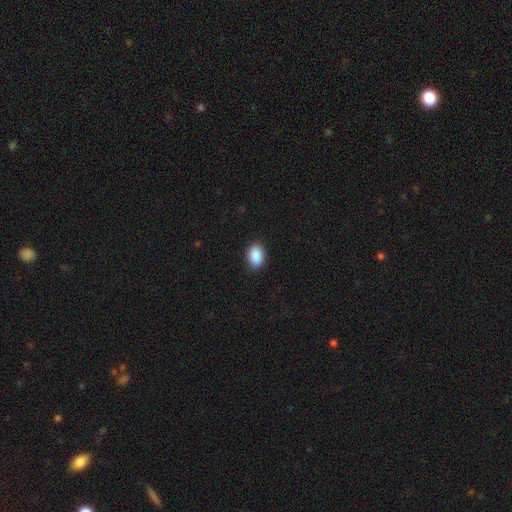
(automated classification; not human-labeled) A smooth galaxy with no disk features (90%) that is in between round and cigar-shaped (85%). Merging: none (89%).